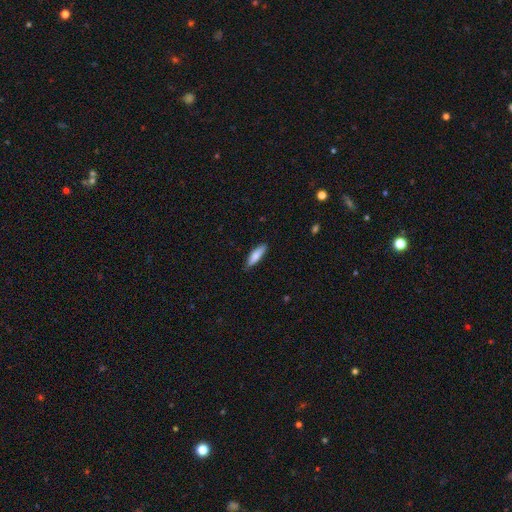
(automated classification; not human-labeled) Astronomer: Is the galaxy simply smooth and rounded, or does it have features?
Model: smooth — 79%.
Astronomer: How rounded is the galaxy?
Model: cigar-shaped — 63%.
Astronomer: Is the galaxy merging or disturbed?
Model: none — 85%.